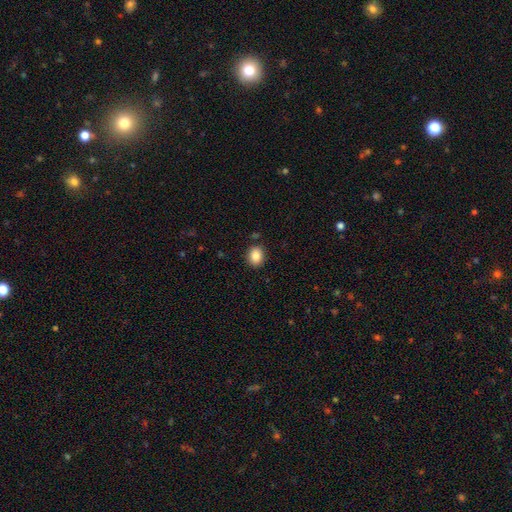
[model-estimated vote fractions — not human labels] Smooth or featured: smooth — 86% (star or artifact — 9%)
How rounded: in between — 50% (round — 49%)
Merging: none — 88% (minor disturbance — 8%)